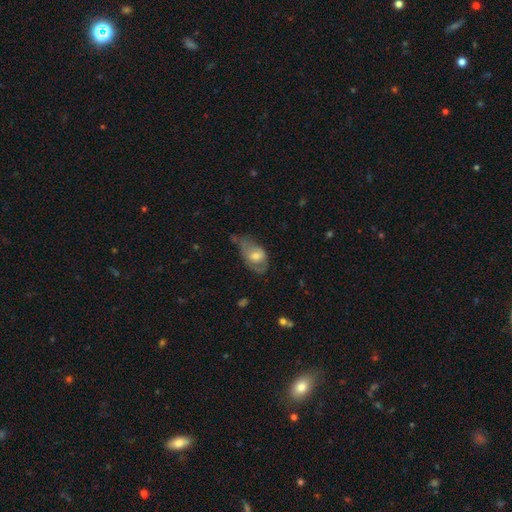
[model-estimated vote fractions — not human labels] The model was most divided on "merging": minor disturbance: 36%, none: 30%, major disturbance: 29%, merger: 6%. More confident: how rounded — in between (86%); smooth or featured — smooth (54%).